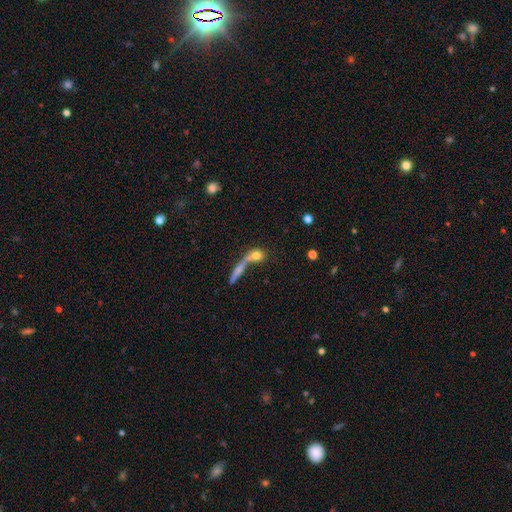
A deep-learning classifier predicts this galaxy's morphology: A smooth galaxy with no disk features (69%) that is round (59%). Merging: merger (44%).